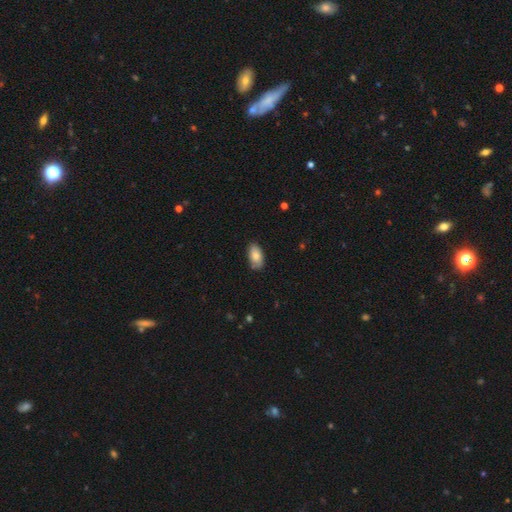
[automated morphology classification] A smooth galaxy with no disk features (82%) that is in between round and cigar-shaped (94%).

Vote fractions:
- Smooth or featured? smooth: 82% / featured or disk: 11% / star or artifact: 7%
- How rounded? in between: 94% / round: 3% / cigar-shaped: 3%
- Merging? none: 81% / minor disturbance: 15% / major disturbance: 2% / merger: 1%